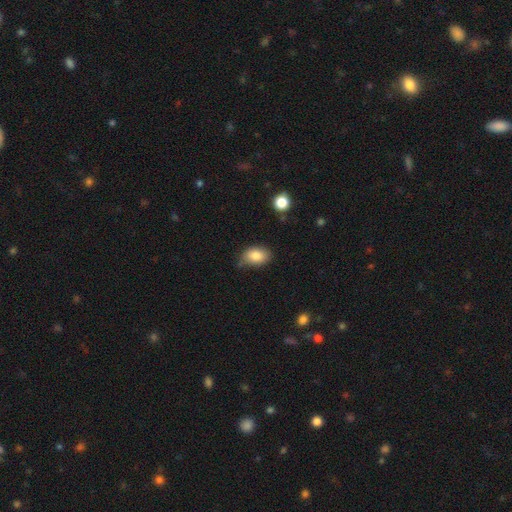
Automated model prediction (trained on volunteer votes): Q: Smooth or featured?
A: smooth (84%); runner-up: star or artifact (8%)
Q: How rounded?
A: in between (84%); runner-up: round (14%)
Q: Merging?
A: none (63%); runner-up: minor disturbance (29%)